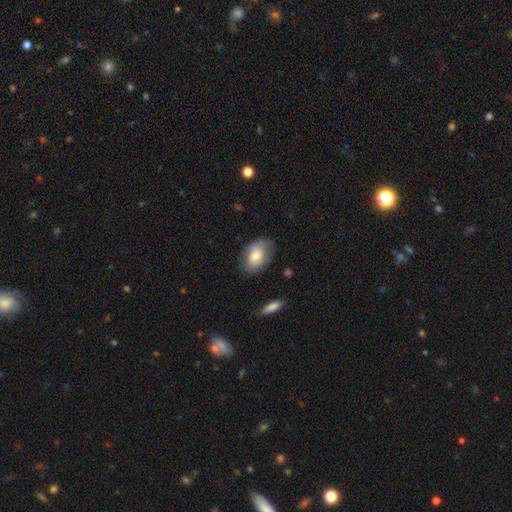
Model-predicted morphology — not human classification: smooth_or_featured: smooth (p=0.71) [alt: featured or disk p=0.22]
how_rounded: in between (p=0.84) [alt: round p=0.15]
merging: none (p=0.73) [alt: minor disturbance p=0.20]